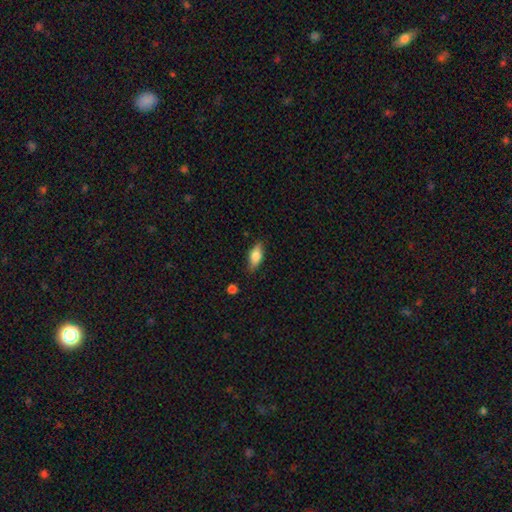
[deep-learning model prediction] This appears to be a smooth galaxy with no disk features (73%) that is in between round and cigar-shaped (78%). Merging: none (82%).